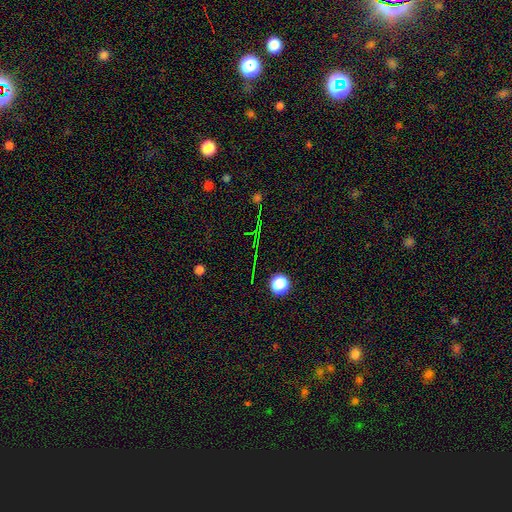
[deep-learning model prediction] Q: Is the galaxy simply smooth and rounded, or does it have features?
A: star or artifact — 64%.